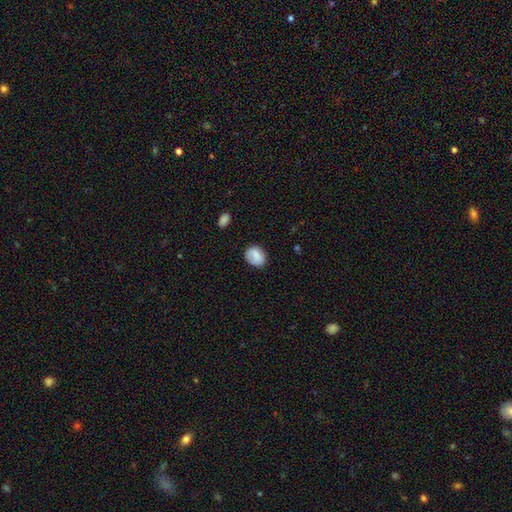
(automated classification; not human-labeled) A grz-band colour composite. It shows a smooth galaxy with no disk features (81%) that is round (53%). Merging: none (77%).